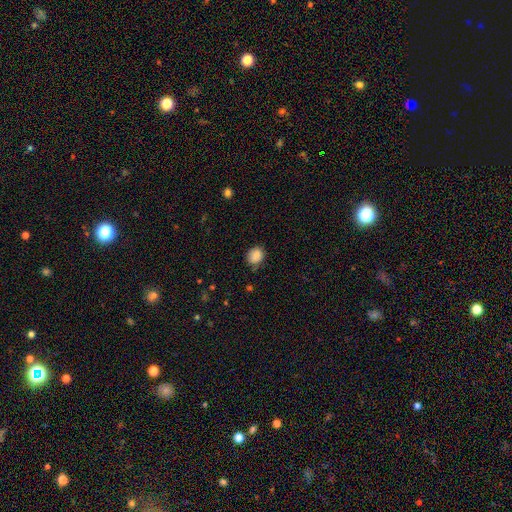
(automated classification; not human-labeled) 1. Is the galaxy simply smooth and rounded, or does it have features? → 87% smooth, 9% star or artifact, 4% featured or disk.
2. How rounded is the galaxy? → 60% round, 39% in between, 1% cigar-shaped.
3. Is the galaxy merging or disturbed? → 73% none, 21% minor disturbance, 4% major disturbance, 2% merger.